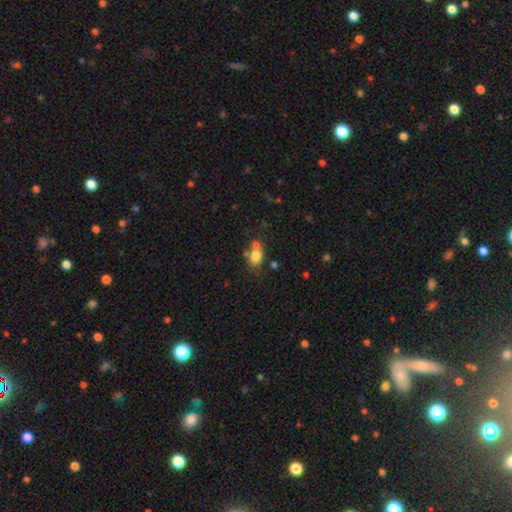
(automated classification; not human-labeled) Smooth or featured: smooth — 77% (featured or disk — 11%)
How rounded: in between — 69% (round — 29%)
Merging: none — 46% (merger — 33%)